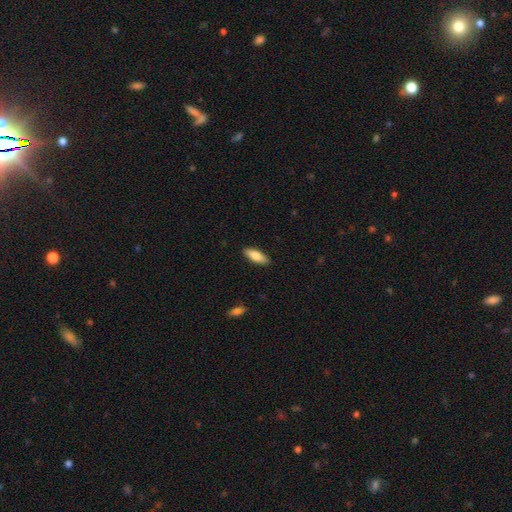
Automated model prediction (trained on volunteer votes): smooth 83%, featured or disk 12%, star or artifact 6%. Down the decision tree: how rounded — in between (67%); merging — none (89%).